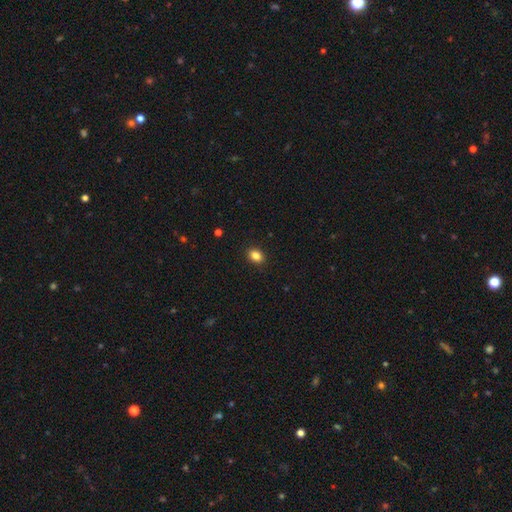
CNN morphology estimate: Smooth or featured?
  - smooth: 85% *
  - star or artifact: 10%
  - featured or disk: 5%
How rounded?
  - in between: 67% *
  - round: 32%
  - cigar-shaped: 1%
Merging?
  - none: 90% *
  - minor disturbance: 7%
  - major disturbance: 2%
  - merger: 1%